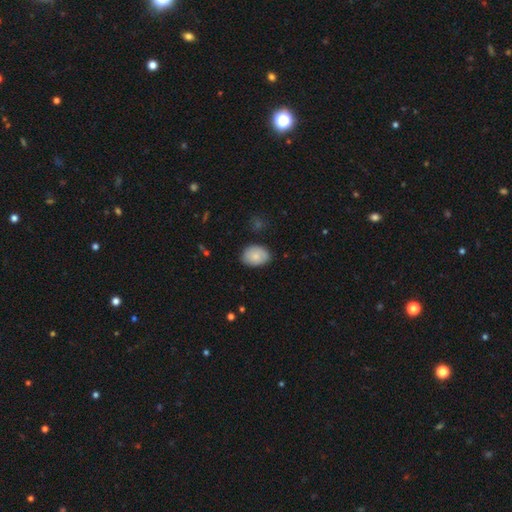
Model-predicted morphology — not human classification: smooth 81%, featured or disk 12%, star or artifact 7%. Down the decision tree: how rounded — in between (76%); merging — none (79%).